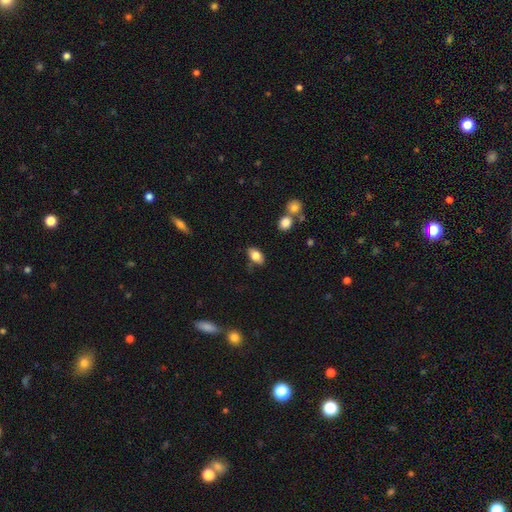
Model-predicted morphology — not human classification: Smooth or featured: smooth — 83% (featured or disk — 9%)
How rounded: in between — 90% (round — 8%)
Merging: none — 77% (minor disturbance — 16%)